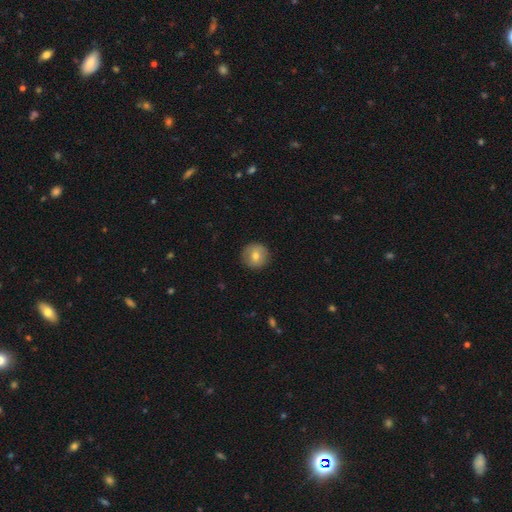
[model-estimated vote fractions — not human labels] A smooth galaxy with no disk features (73%) that is round (95%).

Vote fractions:
- Smooth or featured? smooth: 73% / featured or disk: 19% / star or artifact: 8%
- How rounded? round: 95% / in between: 4% / cigar-shaped: 1%
- Merging? none: 89% / minor disturbance: 8% / major disturbance: 2% / merger: 1%